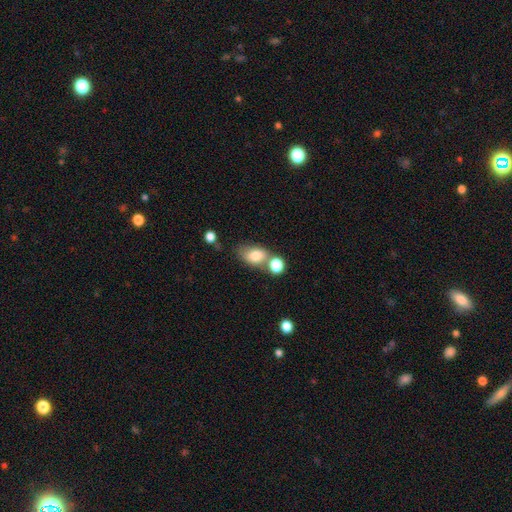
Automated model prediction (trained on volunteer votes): Smooth or featured? Predicted: smooth (p=0.78). How rounded? Predicted: in between (p=0.79). Merging? Predicted: none (p=0.46).